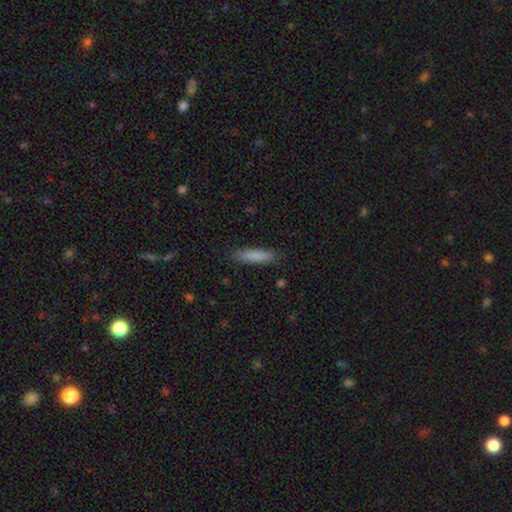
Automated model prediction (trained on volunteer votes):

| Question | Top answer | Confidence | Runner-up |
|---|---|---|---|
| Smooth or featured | smooth | 84% | featured or disk (9%) |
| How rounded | cigar-shaped | 83% | in between (16%) |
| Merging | none | 88% | minor disturbance (9%) |